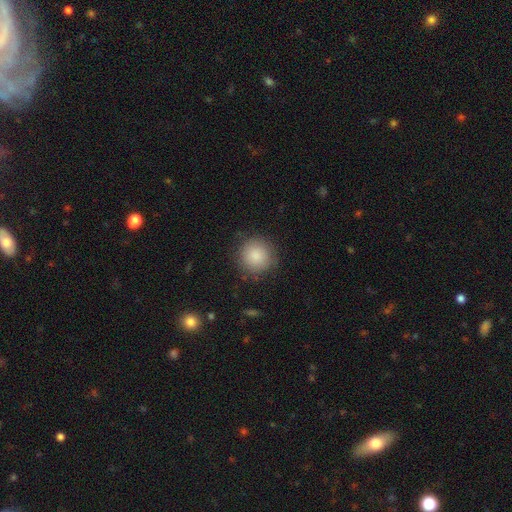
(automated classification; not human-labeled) The model was most divided on "merging": none: 86%, minor disturbance: 10%, major disturbance: 3%, merger: 1%. More confident: how rounded — round (94%); smooth or featured — smooth (87%).